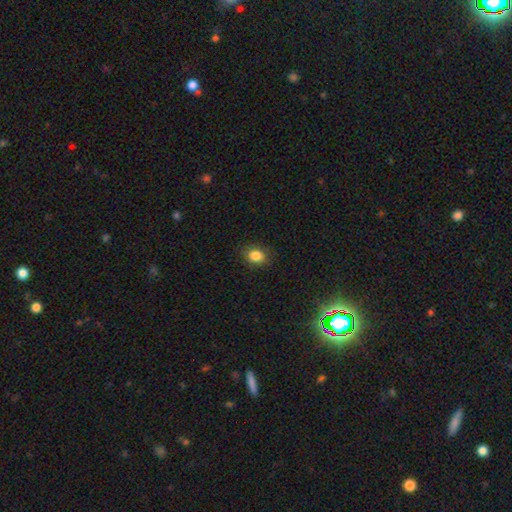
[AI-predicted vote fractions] smooth_or_featured: smooth (p=0.85) [alt: star or artifact p=0.10]
how_rounded: in between (p=0.54) [alt: round p=0.45]
merging: none (p=0.85) [alt: minor disturbance p=0.11]